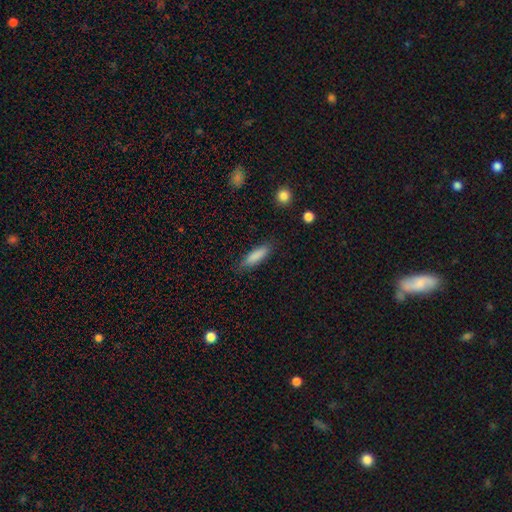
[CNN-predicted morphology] Smooth or featured?
  - smooth: 85% *
  - featured or disk: 9%
  - star or artifact: 7%
How rounded?
  - cigar-shaped: 59% *
  - in between: 39%
  - round: 2%
Merging?
  - none: 81% *
  - minor disturbance: 15%
  - major disturbance: 3%
  - merger: 1%